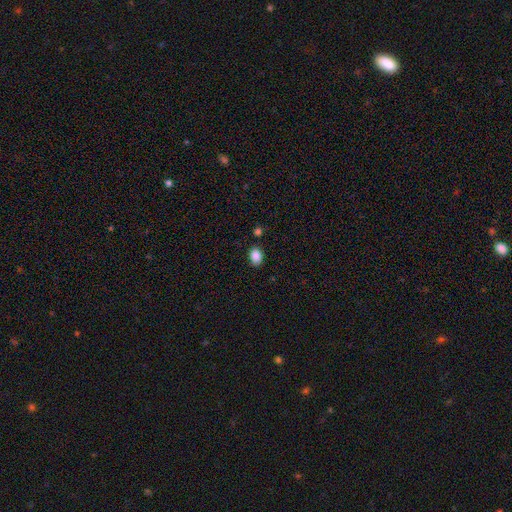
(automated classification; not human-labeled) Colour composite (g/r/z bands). It shows a smooth galaxy with no disk features (87%) that is in between round and cigar-shaped (75%). Merging: none (82%).